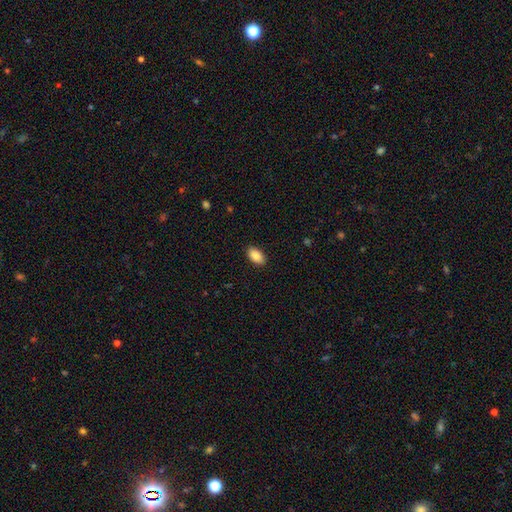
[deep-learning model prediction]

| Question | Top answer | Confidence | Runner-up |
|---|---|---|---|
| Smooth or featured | smooth | 89% | star or artifact (7%) |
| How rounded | in between | 94% | round (4%) |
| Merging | none | 89% | minor disturbance (8%) |